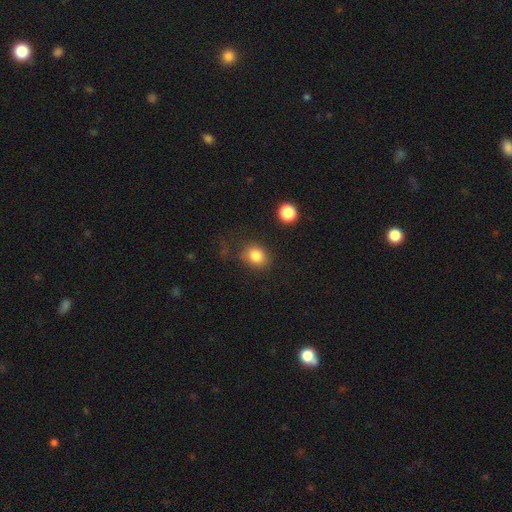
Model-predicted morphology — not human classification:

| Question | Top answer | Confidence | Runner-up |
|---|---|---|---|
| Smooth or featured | smooth | 83% | star or artifact (10%) |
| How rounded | round | 53% | in between (46%) |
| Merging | none | 72% | minor disturbance (17%) |